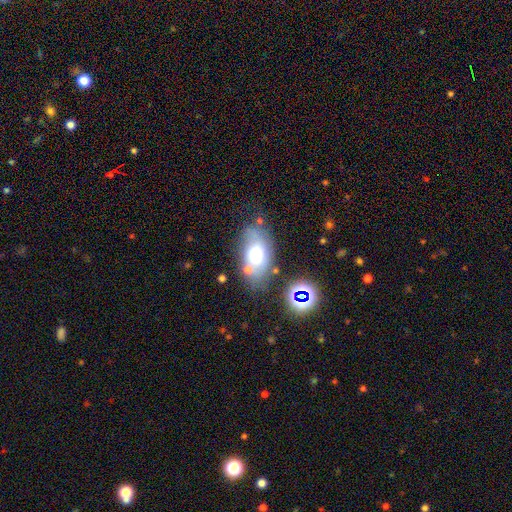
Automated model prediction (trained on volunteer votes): Smooth or featured? smooth (61%)
How rounded? in between (88%)
Merging? none (61%)